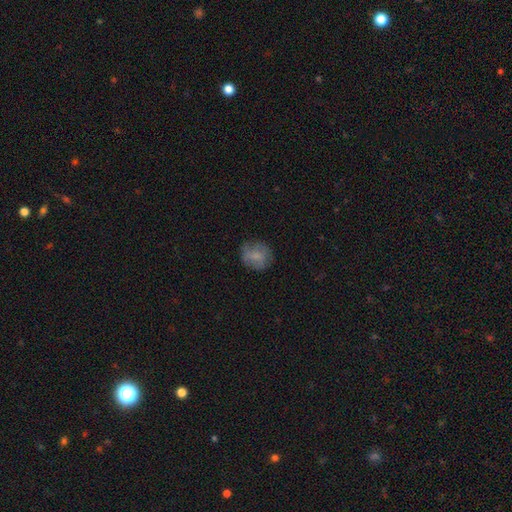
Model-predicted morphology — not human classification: The model was most divided on "merging": none: 69%, minor disturbance: 22%, major disturbance: 8%, merger: 1%. More confident: how rounded — round (79%); smooth or featured — smooth (72%).